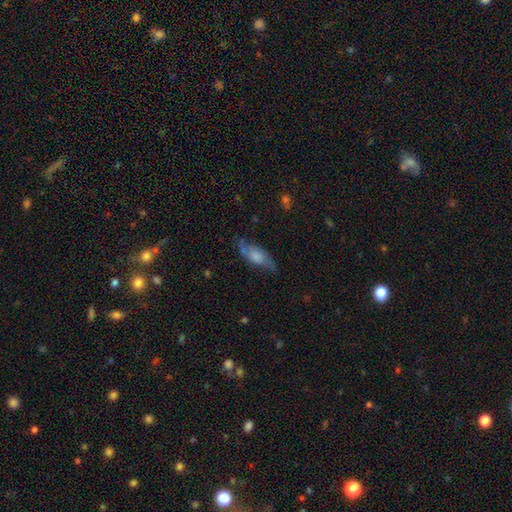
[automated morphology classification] Smooth or featured? Predicted: featured or disk (p=0.59). Edge-on disk? Predicted: no (p=0.78). Merging? Predicted: none (p=0.68).